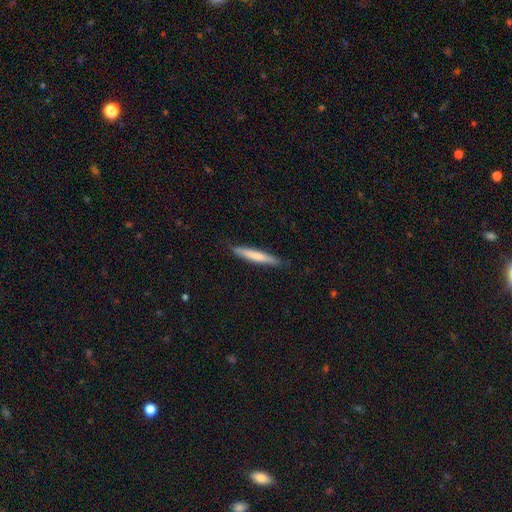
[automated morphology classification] Smooth or featured? Predicted: smooth (p=0.68). How rounded? Predicted: cigar-shaped (p=0.94). Merging? Predicted: none (p=0.86).